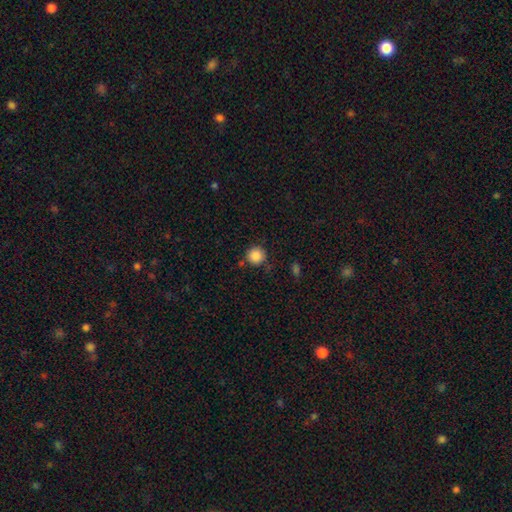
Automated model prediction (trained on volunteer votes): smooth 86%, star or artifact 10%, featured or disk 4%. Down the decision tree: how rounded — round (95%); merging — none (81%).